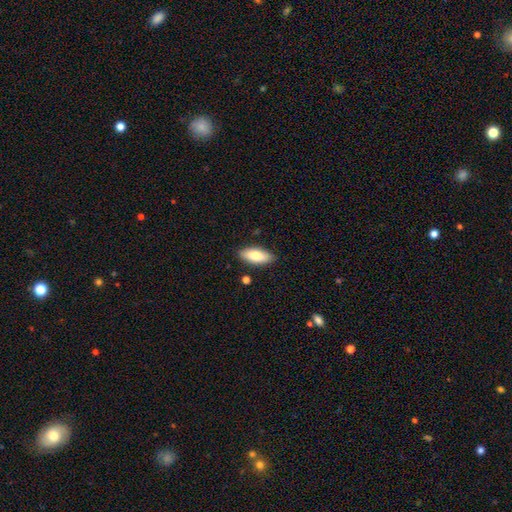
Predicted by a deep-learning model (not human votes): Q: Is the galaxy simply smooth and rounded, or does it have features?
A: smooth — 82%.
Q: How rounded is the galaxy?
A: in between — 85%.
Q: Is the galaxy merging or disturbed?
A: none — 85%.